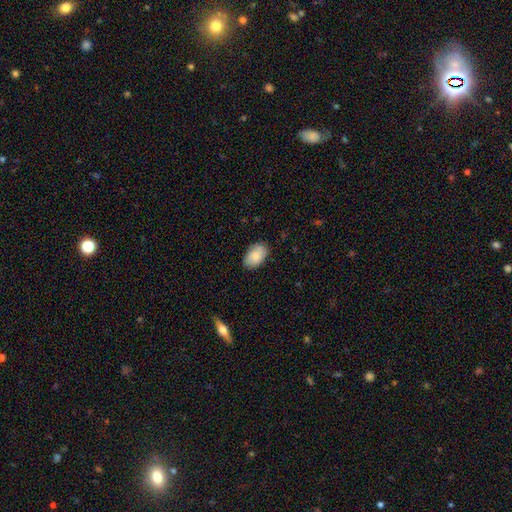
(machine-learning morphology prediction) smooth_or_featured: smooth (p=0.85) [alt: featured or disk p=0.09]
how_rounded: in between (p=0.92) [alt: round p=0.07]
merging: none (p=0.84) [alt: minor disturbance p=0.12]